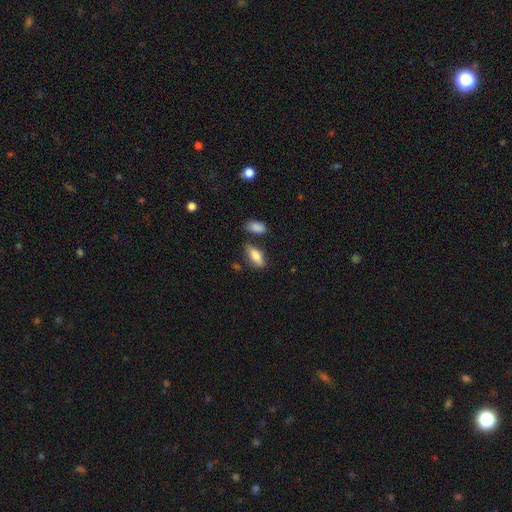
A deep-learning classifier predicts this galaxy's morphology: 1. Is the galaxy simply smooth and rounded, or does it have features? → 80% smooth, 14% featured or disk, 7% star or artifact.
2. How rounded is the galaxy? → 76% in between, 21% cigar-shaped, 3% round.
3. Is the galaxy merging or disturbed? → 70% none, 17% minor disturbance, 8% merger, 4% major disturbance.